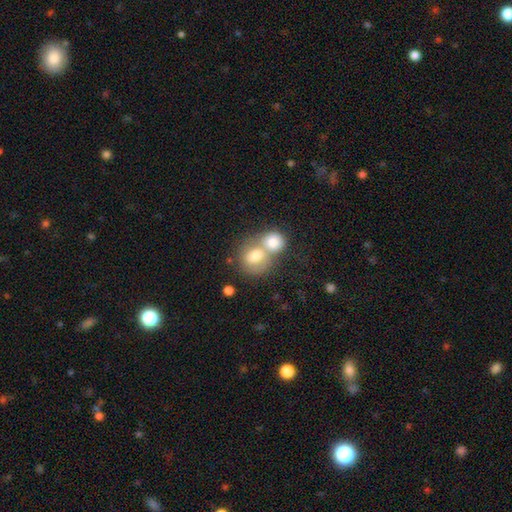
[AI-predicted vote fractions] smooth 74%, featured or disk 18%, star or artifact 8%. Down the decision tree: how rounded — round (70%); merging — merger (64%).